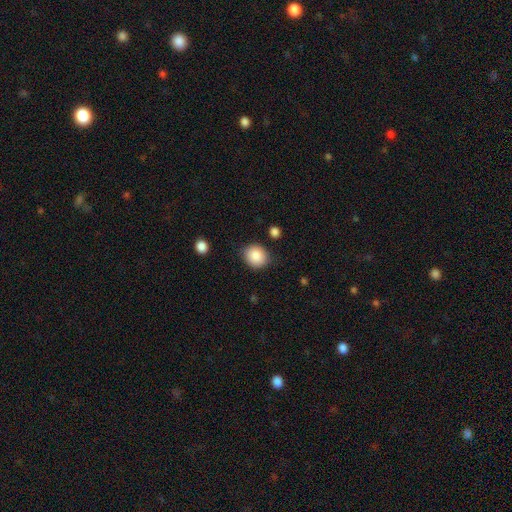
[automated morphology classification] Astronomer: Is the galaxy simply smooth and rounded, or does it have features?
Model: smooth — 87%.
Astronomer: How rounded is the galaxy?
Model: round — 76%.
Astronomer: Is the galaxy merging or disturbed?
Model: none — 84%.